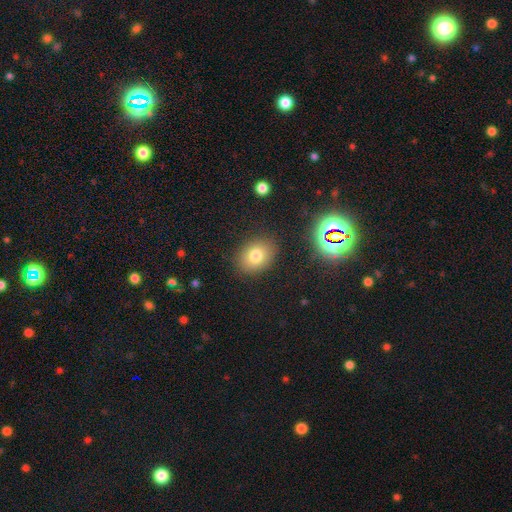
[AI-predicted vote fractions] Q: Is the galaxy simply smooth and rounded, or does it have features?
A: smooth — 77%.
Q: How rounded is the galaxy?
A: in between — 55%.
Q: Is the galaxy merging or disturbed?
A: none — 86%.